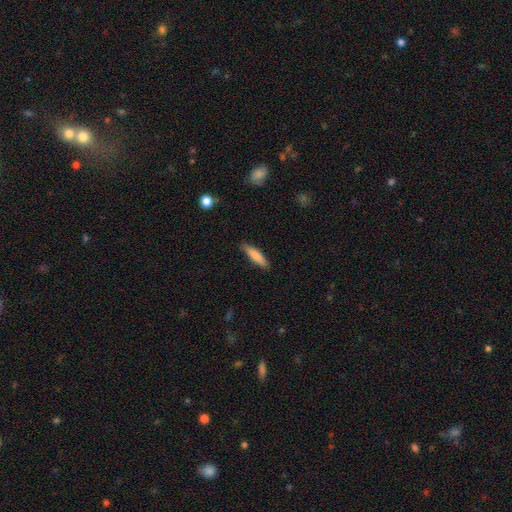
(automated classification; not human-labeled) Q: Smooth or featured?
A: smooth (81%); runner-up: featured or disk (13%)
Q: How rounded?
A: cigar-shaped (80%); runner-up: in between (19%)
Q: Merging?
A: none (86%); runner-up: minor disturbance (11%)